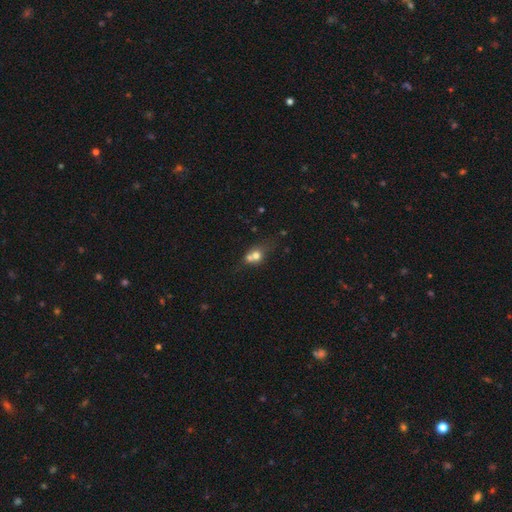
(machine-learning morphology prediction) A smooth galaxy with no disk features (67%) that is round (61%). Merging: merger (57%).